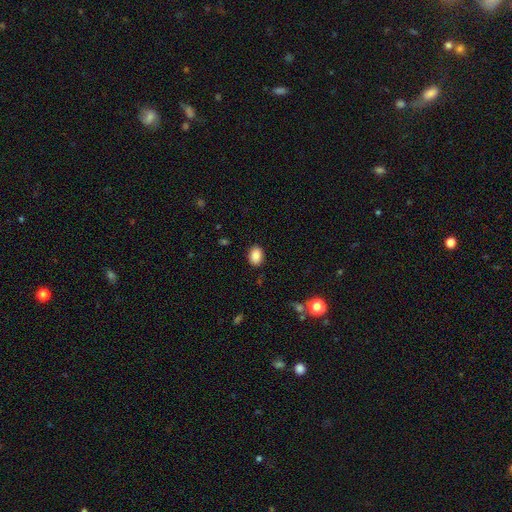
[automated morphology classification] Smooth or featured: smooth — 88% (star or artifact — 8%)
How rounded: in between — 75% (round — 24%)
Merging: none — 88% (minor disturbance — 8%)